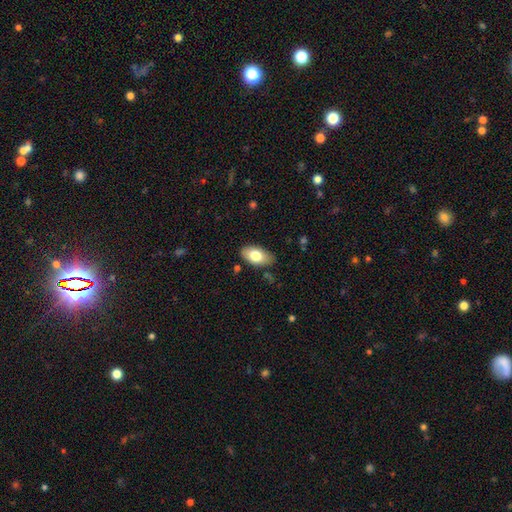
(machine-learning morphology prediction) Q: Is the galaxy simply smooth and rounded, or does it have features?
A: smooth — 76%.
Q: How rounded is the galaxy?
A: in between — 94%.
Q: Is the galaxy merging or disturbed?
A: none — 82%.